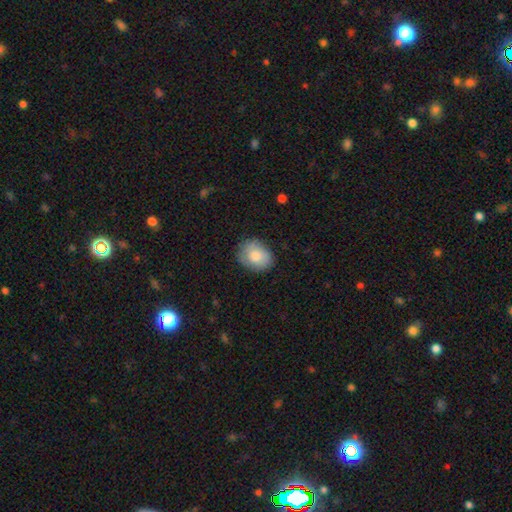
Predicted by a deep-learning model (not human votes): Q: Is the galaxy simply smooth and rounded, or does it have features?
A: smooth — 79%.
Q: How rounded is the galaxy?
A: in between — 55%.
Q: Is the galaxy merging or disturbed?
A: none — 78%.